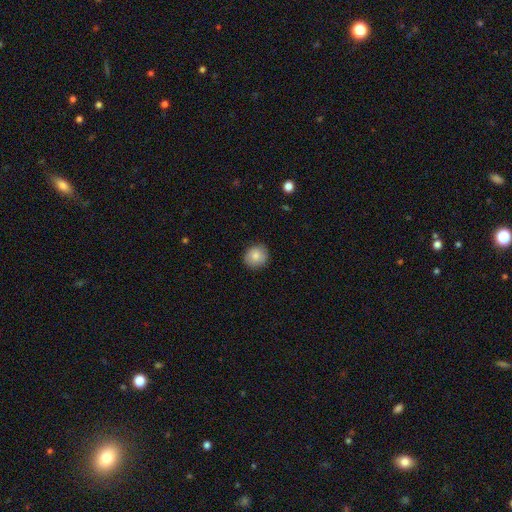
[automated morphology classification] Smooth or featured?
  - smooth: 83% *
  - featured or disk: 9%
  - star or artifact: 8%
How rounded?
  - round: 84% *
  - in between: 15%
  - cigar-shaped: 1%
Merging?
  - none: 88% *
  - minor disturbance: 9%
  - major disturbance: 2%
  - merger: 1%